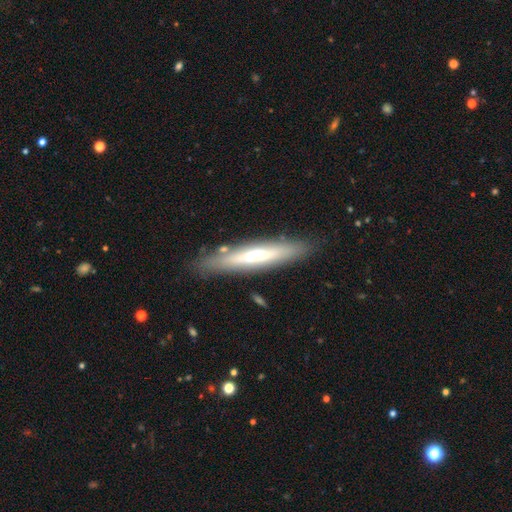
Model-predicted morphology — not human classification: smooth_or_featured: featured or disk (p=0.49) [alt: smooth p=0.45]
merging: none (p=0.82) [alt: minor disturbance p=0.12]